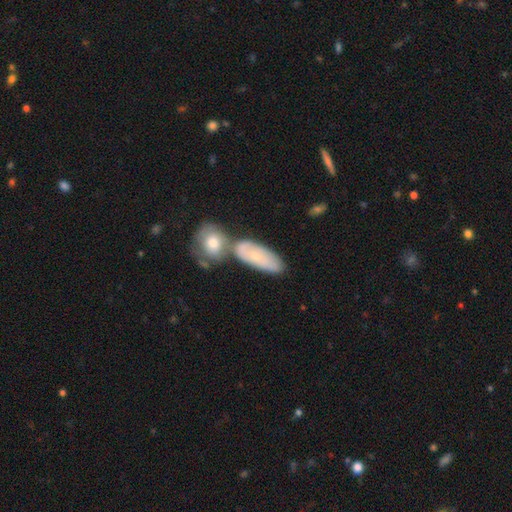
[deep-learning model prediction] The model was most divided on "merging": none: 41%, merger: 40%, minor disturbance: 14%, major disturbance: 5%. More confident: how rounded — in between (77%); smooth or featured — smooth (60%).